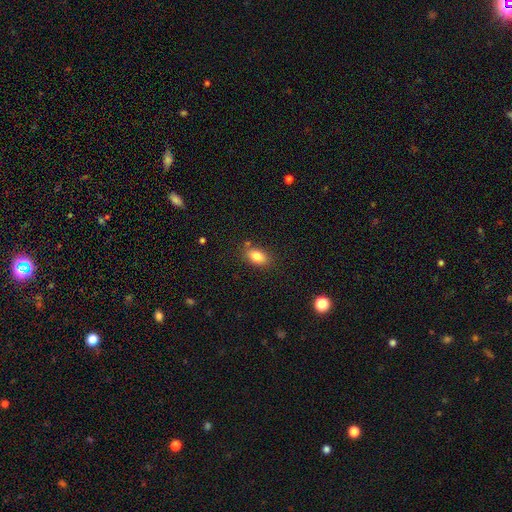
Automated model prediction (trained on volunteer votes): Smooth or featured: smooth — 82% (star or artifact — 9%)
How rounded: in between — 87% (round — 9%)
Merging: none — 80% (minor disturbance — 13%)